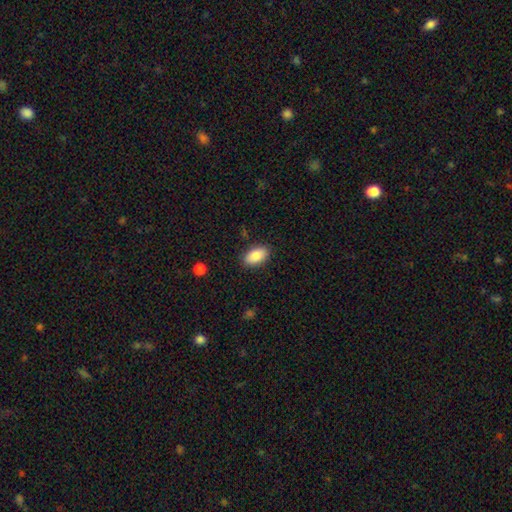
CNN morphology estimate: smooth 88%, star or artifact 7%, featured or disk 5%. Down the decision tree: how rounded — in between (93%); merging — none (87%).